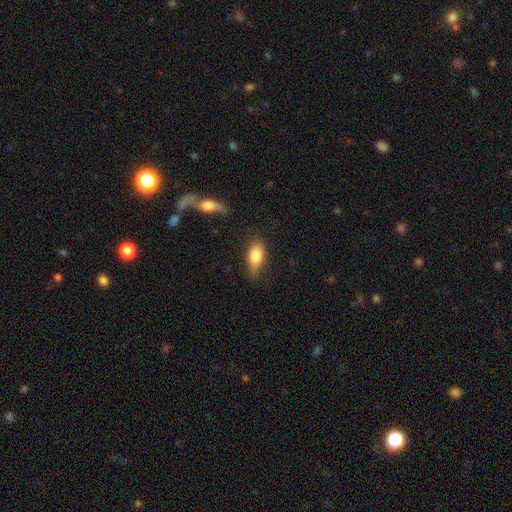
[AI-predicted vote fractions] smooth 75%, featured or disk 18%, star or artifact 7%. Down the decision tree: how rounded — in between (79%); merging — none (70%).